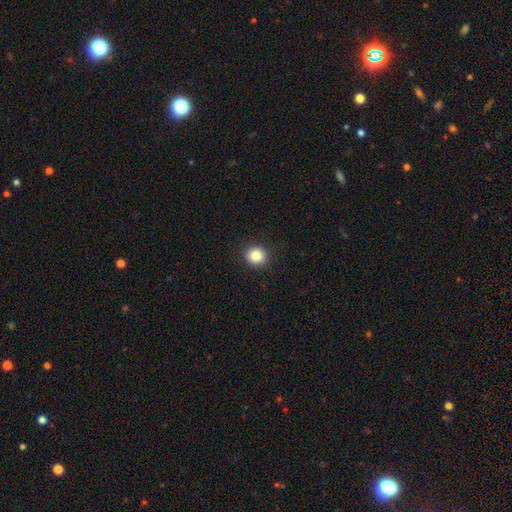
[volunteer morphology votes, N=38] Overall: smooth (95%). How rounded: round (89%). Merging: none (94%).